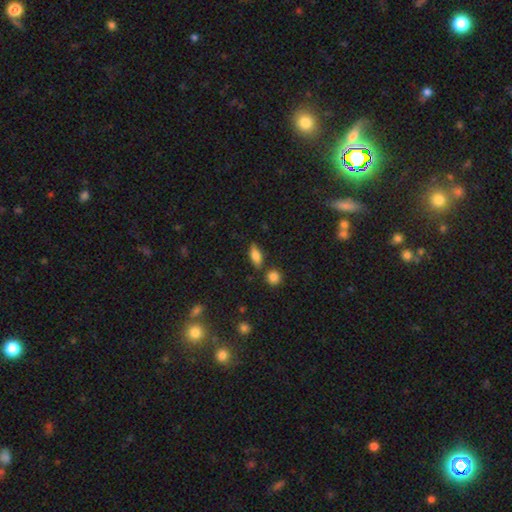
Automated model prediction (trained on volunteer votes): The model was most divided on "how rounded": in between: 75%, cigar-shaped: 20%, round: 5%. More confident: merging — none (78%); smooth or featured — smooth (76%).